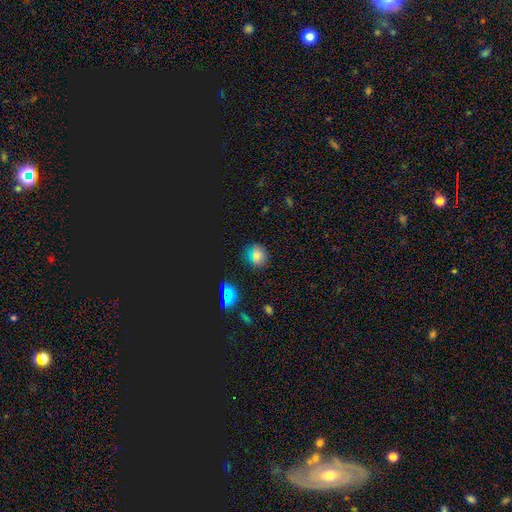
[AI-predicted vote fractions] Overall: smooth (62%; star or artifact 31%). How rounded: round (77%). Merging: none (84%).